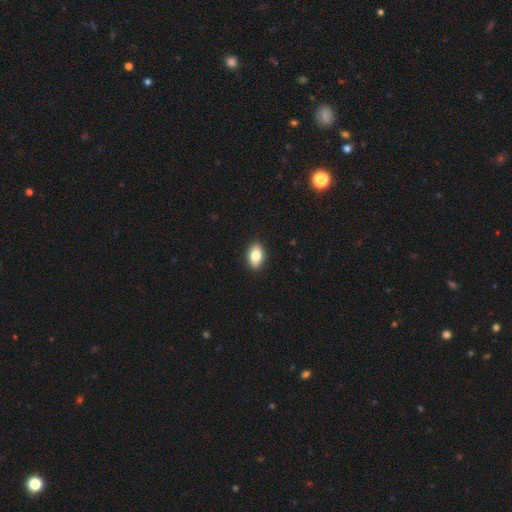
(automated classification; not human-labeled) smooth-or-featured: smooth: 83% | featured or disk: 10% | star or artifact: 7%
  how-rounded: in between: 89% | round: 8% | cigar-shaped: 3%
  merging: none: 90% | minor disturbance: 7% | major disturbance: 2% | merger: 1%